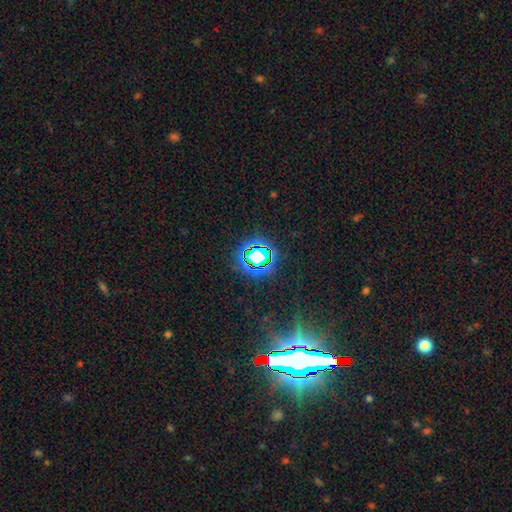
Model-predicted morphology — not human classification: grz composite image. It shows a star or artifact, not a galaxy (71%).